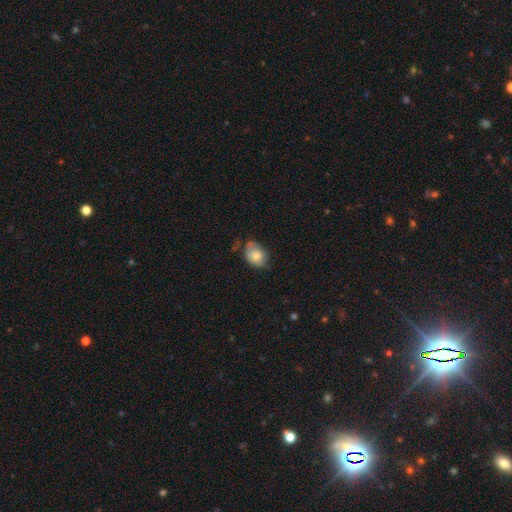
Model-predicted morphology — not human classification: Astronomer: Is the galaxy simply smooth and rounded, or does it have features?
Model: smooth — 75%.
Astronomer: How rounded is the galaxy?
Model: in between — 72%.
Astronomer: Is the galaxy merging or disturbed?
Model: none — 47% (runner-up: minor disturbance, 39%).